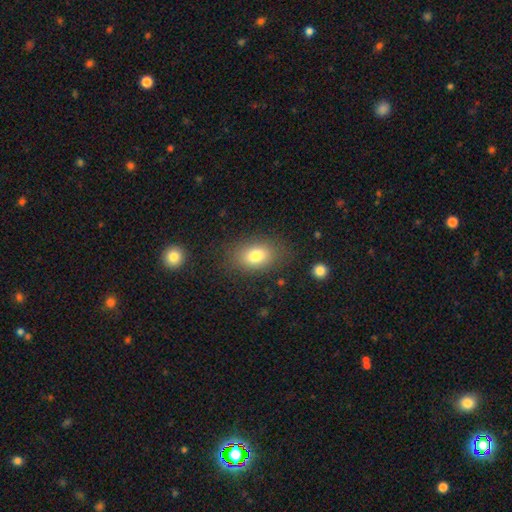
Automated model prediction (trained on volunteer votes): Smooth or featured? Predicted: smooth (p=0.79). How rounded? Predicted: in between (p=0.78). Merging? Predicted: none (p=0.81).